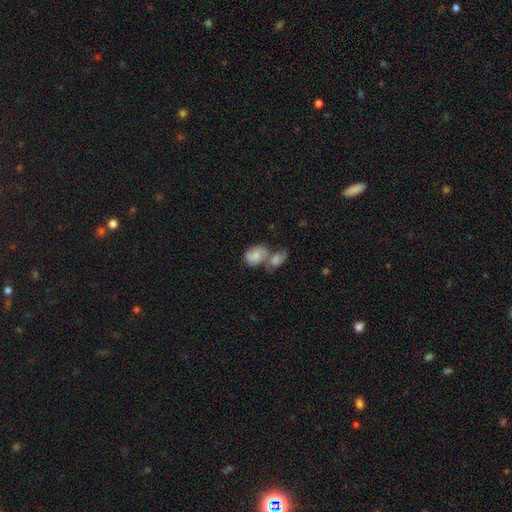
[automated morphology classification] A smooth galaxy with no disk features (64%) that is in between round and cigar-shaped (69%). Merging: merger (64%).